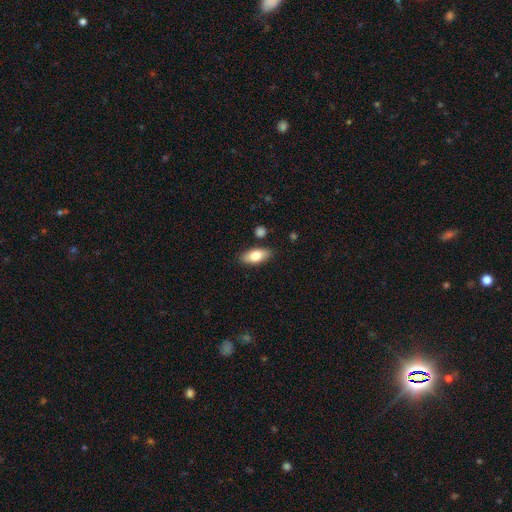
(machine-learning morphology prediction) A smooth galaxy with no disk features (78%) that is in between round and cigar-shaped (86%). Merging: none (85%).